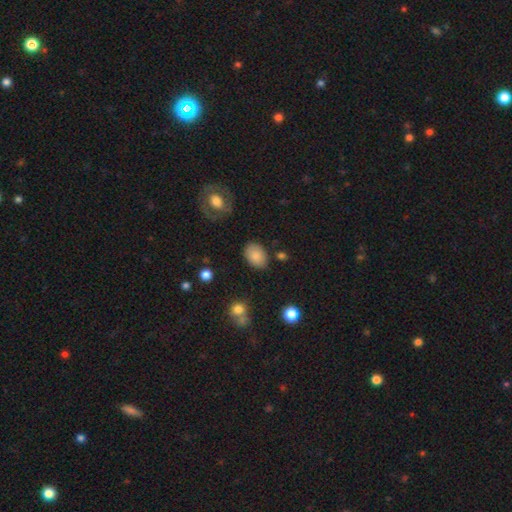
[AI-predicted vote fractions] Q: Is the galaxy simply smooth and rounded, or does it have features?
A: smooth — 84%.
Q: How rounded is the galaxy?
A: in between — 83%.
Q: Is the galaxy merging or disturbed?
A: none — 81%.